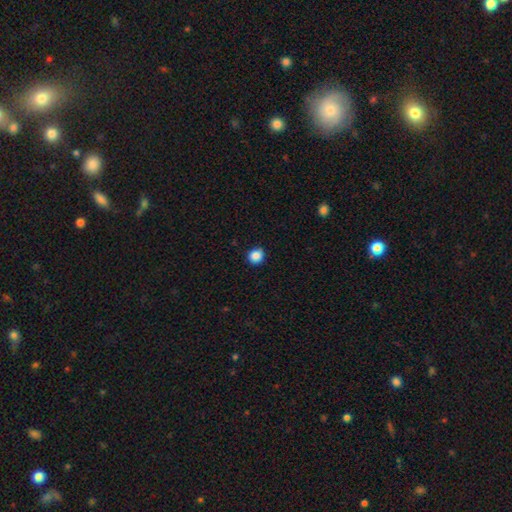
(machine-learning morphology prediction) The model was most divided on "smooth or featured": smooth: 87%, star or artifact: 10%, featured or disk: 3%. More confident: how rounded — round (90%); merging — none (89%).